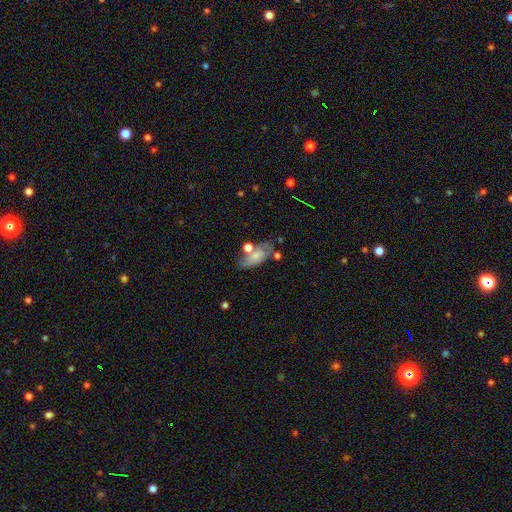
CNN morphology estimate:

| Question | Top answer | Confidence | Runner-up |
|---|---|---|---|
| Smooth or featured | smooth | 63% | featured or disk (29%) |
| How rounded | in between | 85% | cigar-shaped (10%) |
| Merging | none | 49% | minor disturbance (22%) |